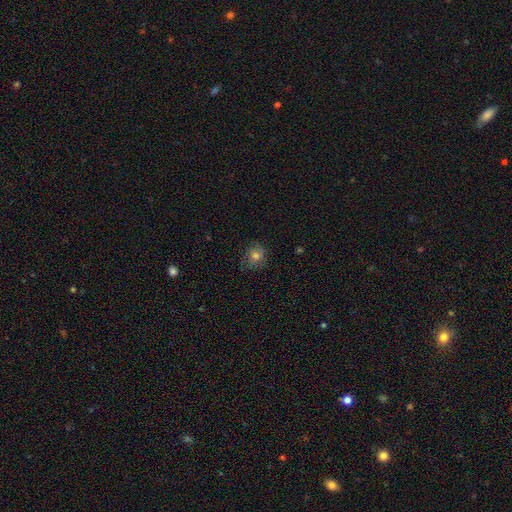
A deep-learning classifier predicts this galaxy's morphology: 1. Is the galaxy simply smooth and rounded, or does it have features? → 61% smooth, 25% featured or disk, 14% star or artifact.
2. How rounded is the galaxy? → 76% round, 23% in between, 1% cigar-shaped.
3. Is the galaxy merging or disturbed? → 73% none, 18% minor disturbance, 7% major disturbance, 1% merger.